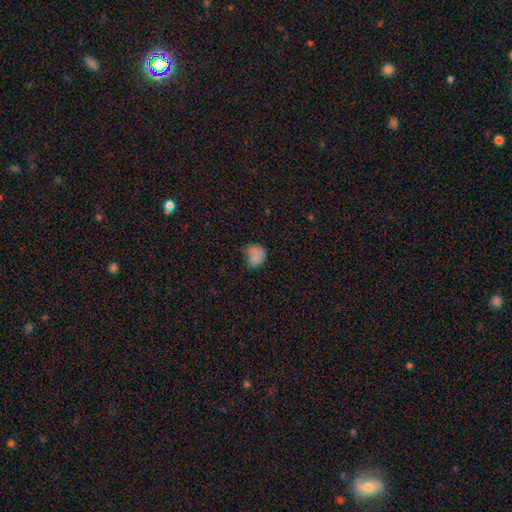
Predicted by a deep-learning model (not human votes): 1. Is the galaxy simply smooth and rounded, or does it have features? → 80% smooth, 12% star or artifact, 8% featured or disk.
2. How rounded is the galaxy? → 63% round, 36% in between, 1% cigar-shaped.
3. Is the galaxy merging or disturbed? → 51% none, 34% minor disturbance, 12% major disturbance, 4% merger.